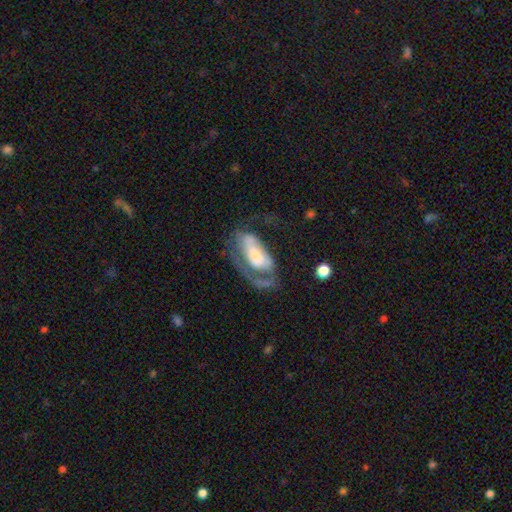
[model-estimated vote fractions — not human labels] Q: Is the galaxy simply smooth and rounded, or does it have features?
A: featured or disk — 62%.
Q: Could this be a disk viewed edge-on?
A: no — 92%.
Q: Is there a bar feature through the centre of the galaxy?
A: no — 53%.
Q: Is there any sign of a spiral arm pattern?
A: yes — 67%.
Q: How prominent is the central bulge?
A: moderate — 34%.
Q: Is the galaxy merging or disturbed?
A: major disturbance — 53%.